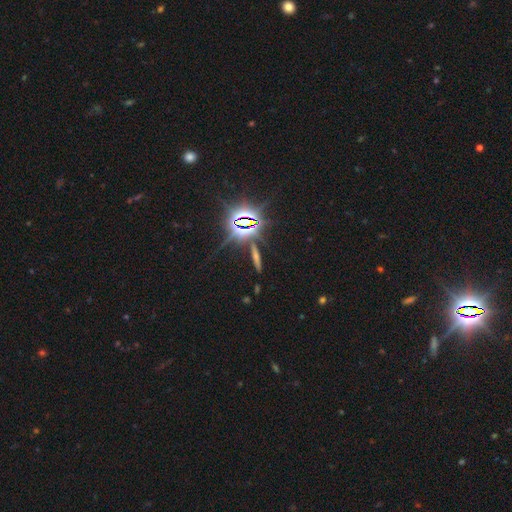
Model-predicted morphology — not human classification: Overall: star or artifact (55%; featured or disk 23%).